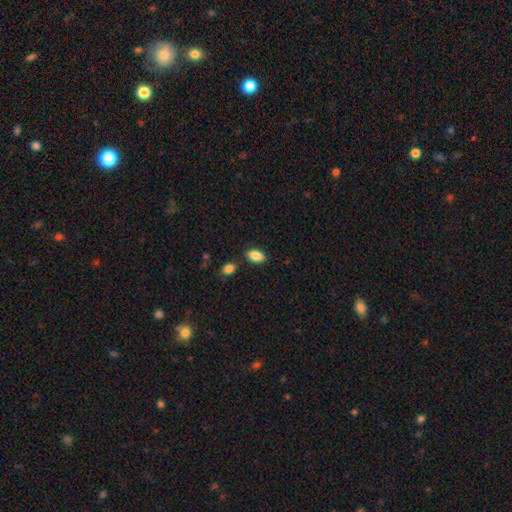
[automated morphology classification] A smooth galaxy with no disk features (87%) that is in between round and cigar-shaped (92%). Merging: none (82%).